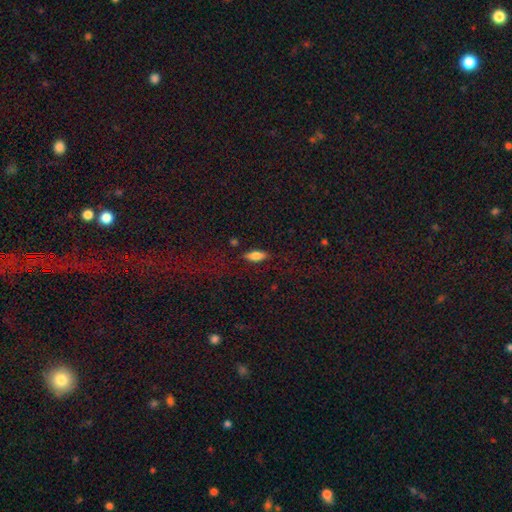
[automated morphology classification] Smooth or featured: smooth — 75% (featured or disk — 17%)
How rounded: in between — 74% (cigar-shaped — 23%)
Merging: none — 82% (minor disturbance — 13%)